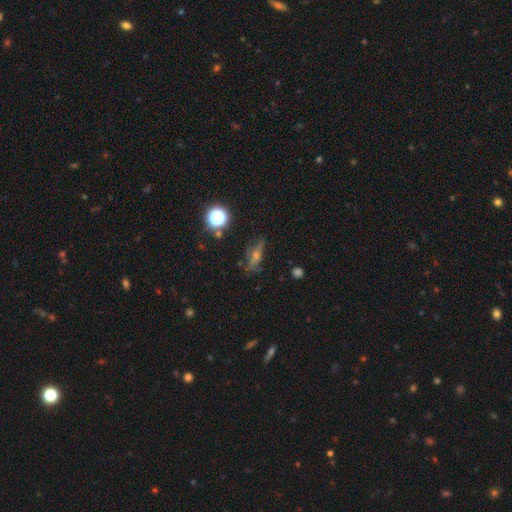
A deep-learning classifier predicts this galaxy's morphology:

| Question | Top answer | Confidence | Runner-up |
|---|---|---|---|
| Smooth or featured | featured or disk | 43% | smooth (29%) |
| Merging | none | 69% | minor disturbance (18%) |